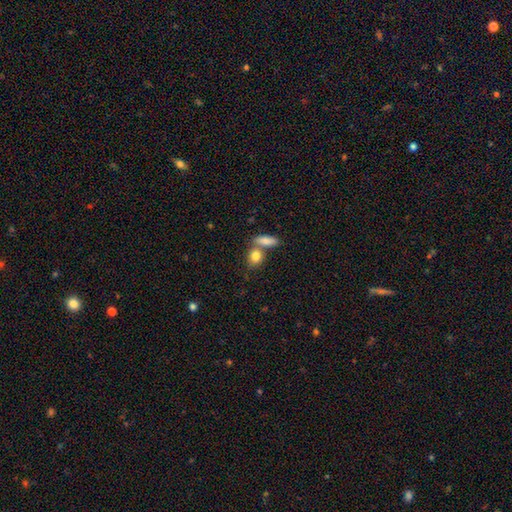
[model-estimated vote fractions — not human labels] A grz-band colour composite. It shows a smooth galaxy with no disk features (83%) that is in between round and cigar-shaped (55%). Merging: none (49%).